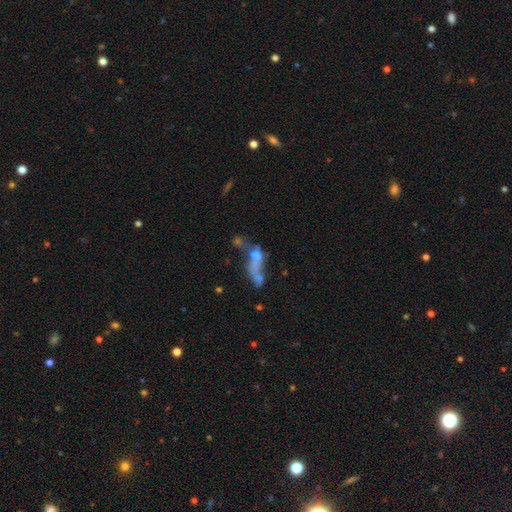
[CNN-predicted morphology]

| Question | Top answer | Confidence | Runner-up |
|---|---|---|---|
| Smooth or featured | featured or disk | 42% | smooth (39%) |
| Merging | merger | 48% | major disturbance (24%) |